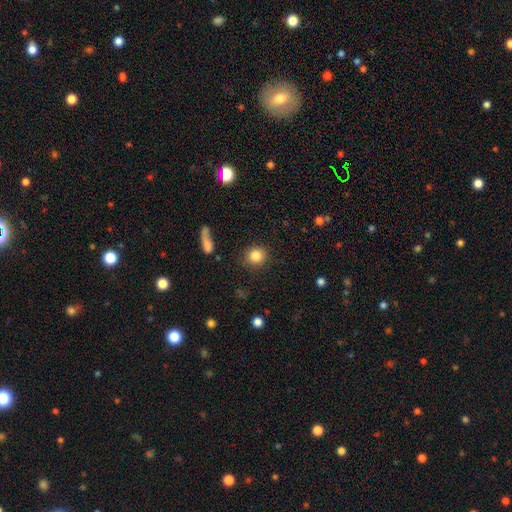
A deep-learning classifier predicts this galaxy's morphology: This is clearly a smooth galaxy (84%). How rounded: clearly round (87%). Merging: clearly none (88%).